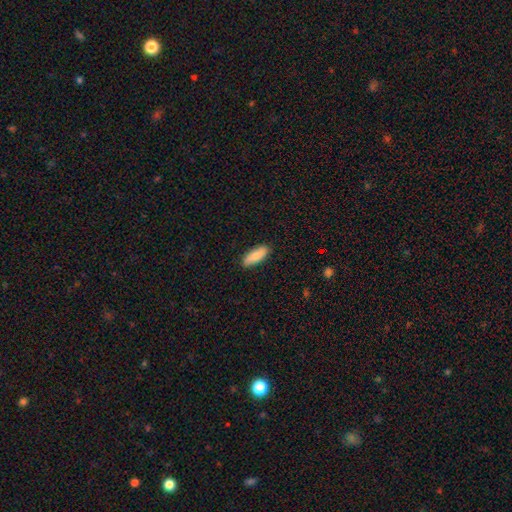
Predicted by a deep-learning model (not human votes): Smooth or featured? smooth (84%)
How rounded? in between (72%)
Merging? none (88%)